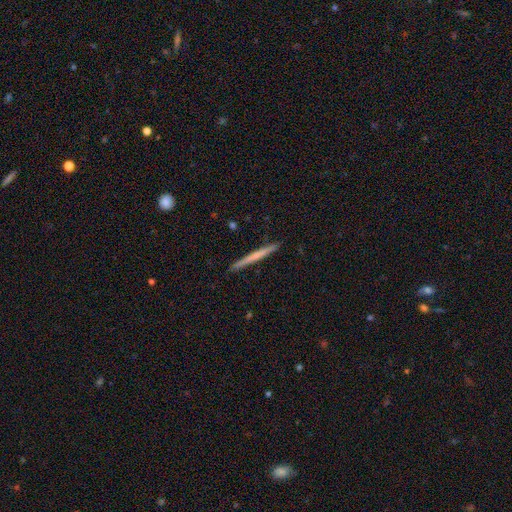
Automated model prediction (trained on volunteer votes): Smooth or featured? smooth (51%)
How rounded? cigar-shaped (97%)
Merging? none (92%)